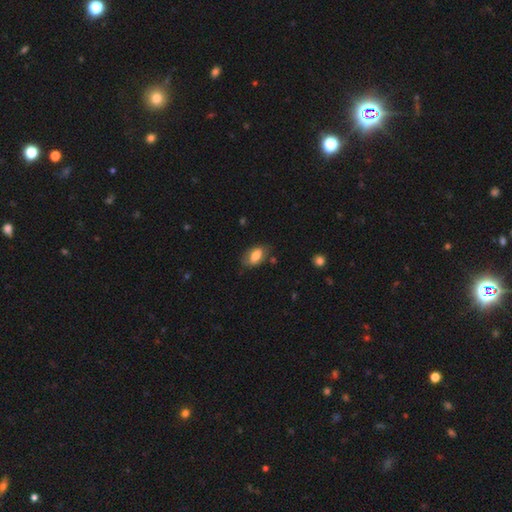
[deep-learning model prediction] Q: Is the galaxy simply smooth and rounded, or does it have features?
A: smooth — 72%.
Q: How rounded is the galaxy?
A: in between — 91%.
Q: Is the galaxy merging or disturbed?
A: none — 71%.